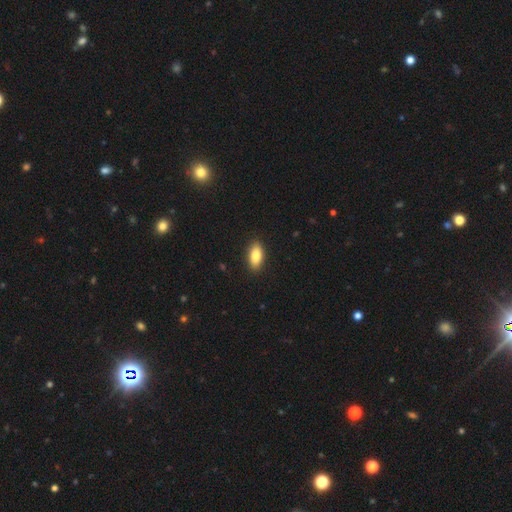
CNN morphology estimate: A smooth galaxy with no disk features (84%) that is in between round and cigar-shaped (87%). Merging: none (89%).